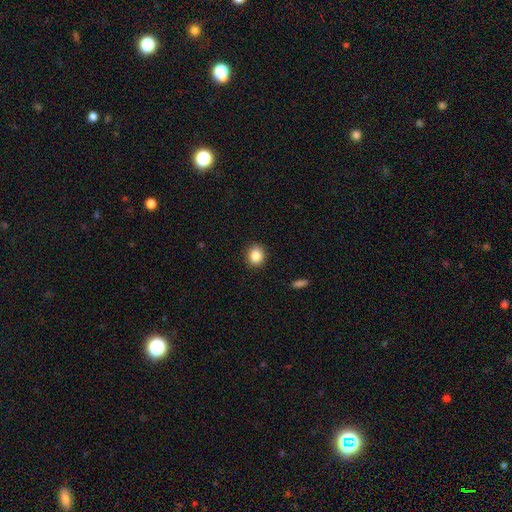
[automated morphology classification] smooth 86%, star or artifact 9%, featured or disk 4%. Down the decision tree: how rounded — round (78%); merging — none (90%).